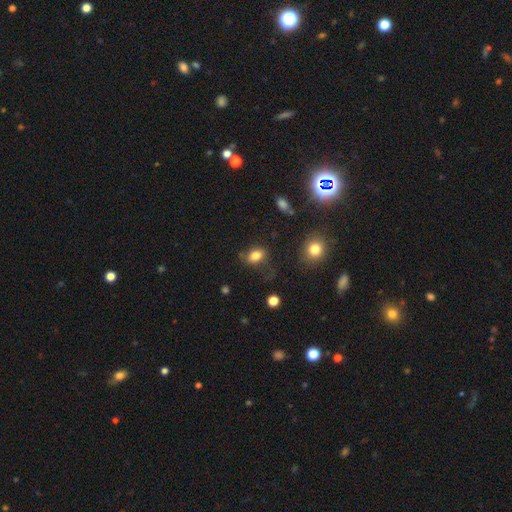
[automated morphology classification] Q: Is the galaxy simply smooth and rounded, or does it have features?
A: smooth — 81%.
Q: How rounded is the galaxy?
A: in between — 75%.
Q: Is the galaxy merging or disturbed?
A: none — 66%.